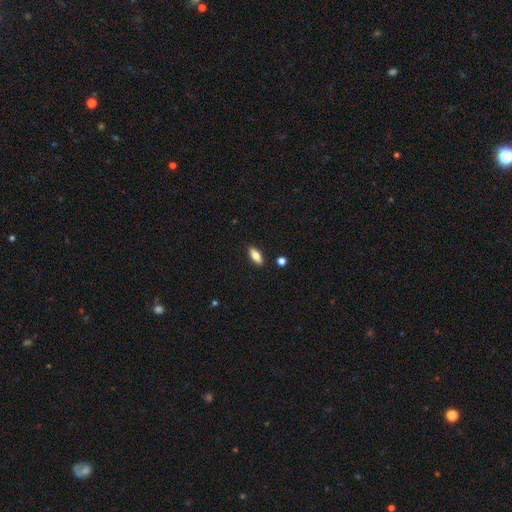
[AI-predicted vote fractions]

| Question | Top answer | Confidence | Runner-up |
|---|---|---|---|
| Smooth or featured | smooth | 76% | featured or disk (17%) |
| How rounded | in between | 77% | cigar-shaped (20%) |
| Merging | none | 88% | minor disturbance (8%) |